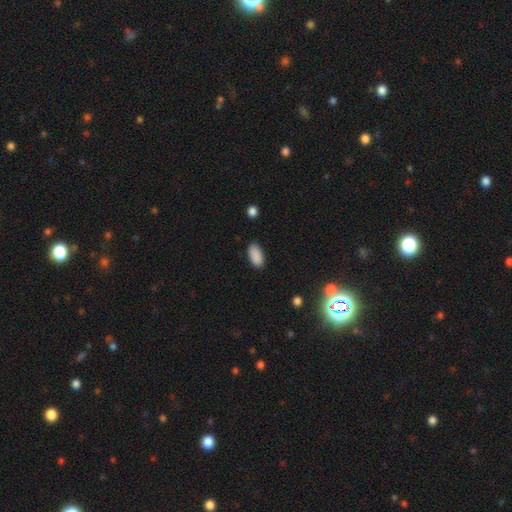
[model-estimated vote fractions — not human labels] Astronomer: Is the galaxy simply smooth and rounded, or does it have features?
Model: smooth — 90%.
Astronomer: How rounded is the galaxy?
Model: in between — 92%.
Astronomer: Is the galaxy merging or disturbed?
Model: none — 86%.